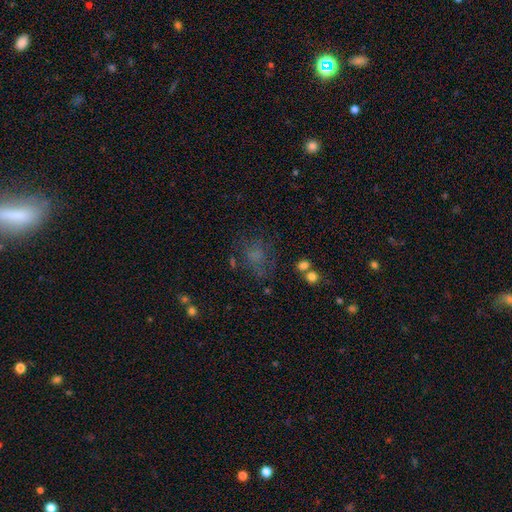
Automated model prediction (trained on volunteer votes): Morphology: type=smooth (52%); roundness=round (53%); merging=none (55%).